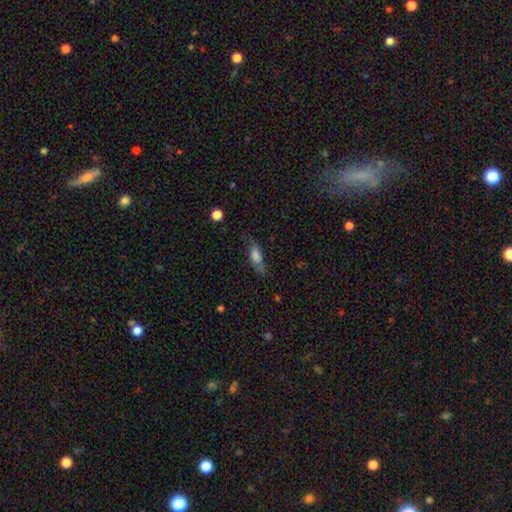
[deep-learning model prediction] Smooth or featured? smooth (72%)
How rounded? in between (63%)
Merging? none (59%)